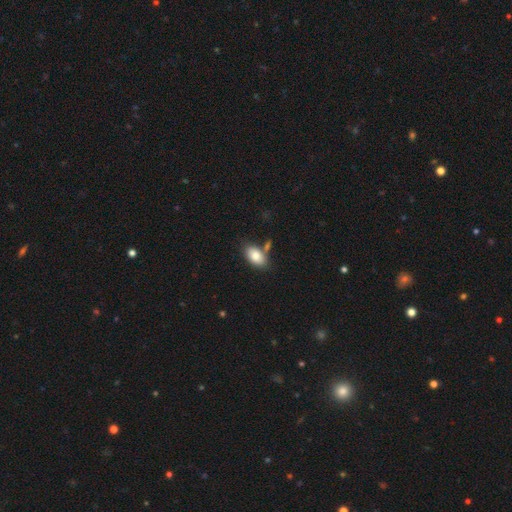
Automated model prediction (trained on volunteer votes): A smooth galaxy with no disk features (83%) that is in between round and cigar-shaped (92%).

Vote fractions:
- Smooth or featured? smooth: 83% / featured or disk: 10% / star or artifact: 7%
- How rounded? in between: 92% / round: 6% / cigar-shaped: 2%
- Merging? none: 68% / merger: 15% / minor disturbance: 14% / major disturbance: 4%